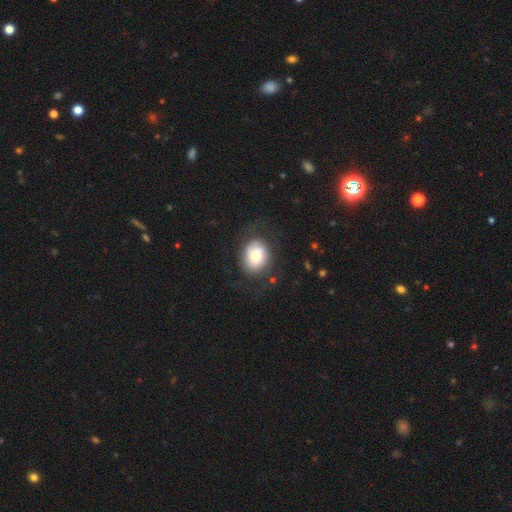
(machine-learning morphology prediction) type=smooth (62%); roundness=in between (56%); merging=none (64%).